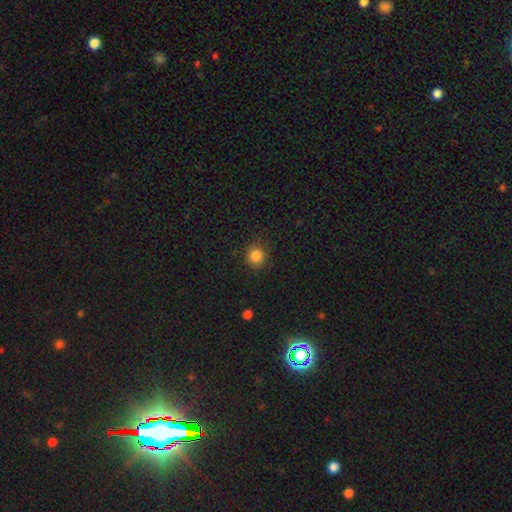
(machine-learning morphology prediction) Overall: smooth (84%). How rounded: round (90%). Merging: none (86%).